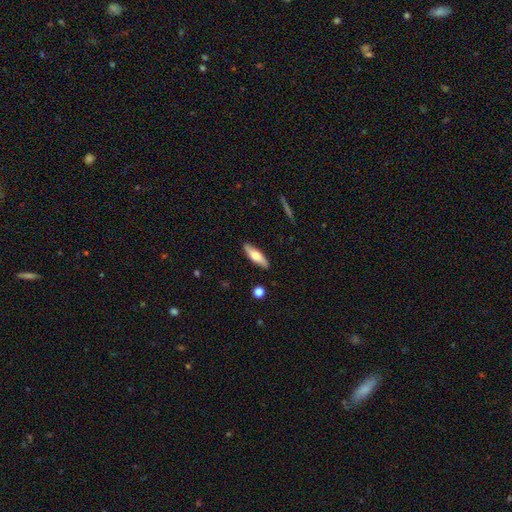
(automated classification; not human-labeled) Morphology: type=smooth (60%); roundness=cigar-shaped (54%); merging=none (87%).